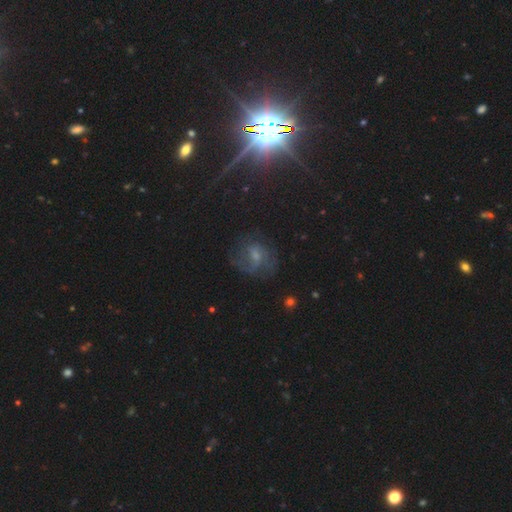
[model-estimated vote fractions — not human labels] smooth-or-featured: featured or disk: 53% | smooth: 28% | star or artifact: 19%
  disk-edge-on: no: 97% | yes: 3%
    bar: weak: 48% | no: 41% | strong: 11%
    has-spiral-arms: yes: 78% | no: 22%
    bulge-size: small: 42% | moderate: 37% | none: 14% | large: 5% | dominant: 1%
  merging: none: 59% | minor disturbance: 20% | major disturbance: 19% | merger: 2%